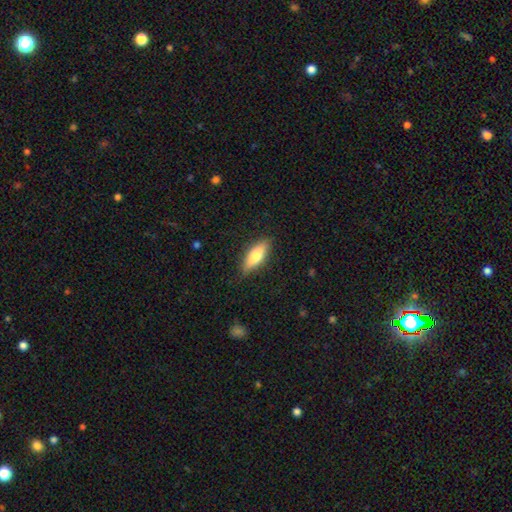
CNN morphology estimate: This appears to be a smooth galaxy with no disk features (71%) that is in between round and cigar-shaped (57%). Merging: none (86%).